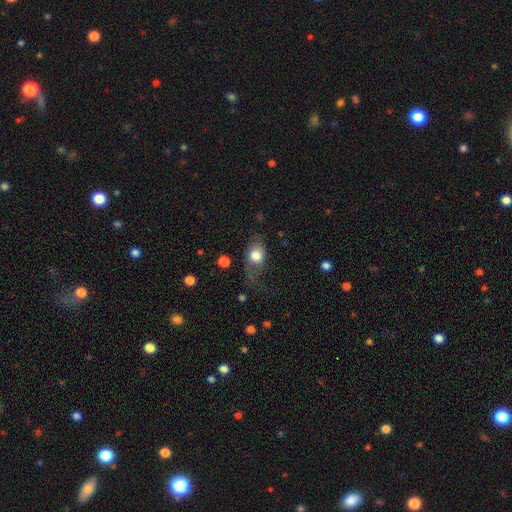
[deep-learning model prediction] Q: Smooth or featured?
A: smooth (75%); runner-up: featured or disk (18%)
Q: How rounded?
A: in between (61%); runner-up: round (36%)
Q: Merging?
A: none (41%); runner-up: major disturbance (30%)